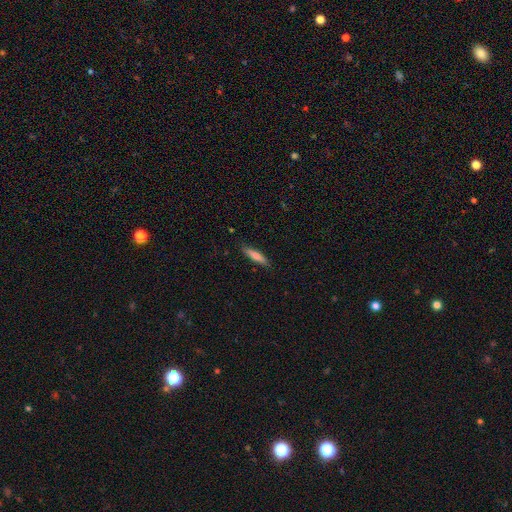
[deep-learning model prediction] Smooth or featured?
  - smooth: 67% *
  - featured or disk: 27%
  - star or artifact: 6%
How rounded?
  - cigar-shaped: 85% *
  - in between: 13%
  - round: 1%
Merging?
  - none: 88% *
  - minor disturbance: 10%
  - major disturbance: 2%
  - merger: 1%